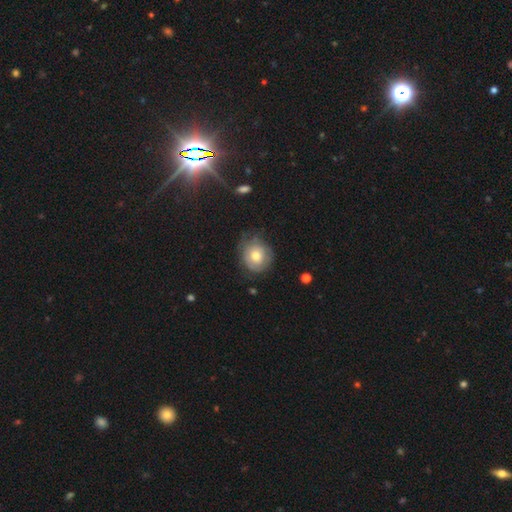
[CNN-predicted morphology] Q: Smooth or featured?
A: smooth (51%); runner-up: featured or disk (41%)
Q: How rounded?
A: round (78%); runner-up: in between (21%)
Q: Merging?
A: none (63%); runner-up: minor disturbance (25%)